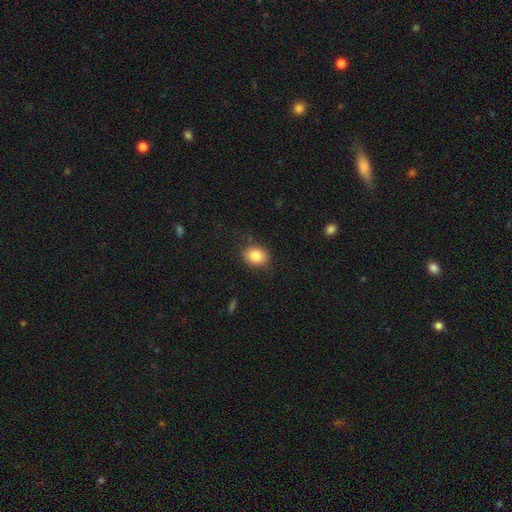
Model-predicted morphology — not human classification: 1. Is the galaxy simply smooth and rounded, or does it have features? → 85% smooth, 9% star or artifact, 6% featured or disk.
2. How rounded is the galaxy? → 51% in between, 48% round, 1% cigar-shaped.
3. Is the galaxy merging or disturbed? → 79% none, 15% minor disturbance, 5% major disturbance, 1% merger.